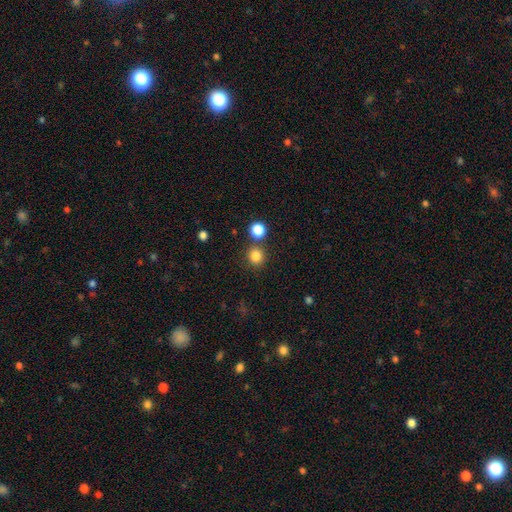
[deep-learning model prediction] A smooth galaxy with no disk features (83%) that is round (90%). Merging: none (79%).